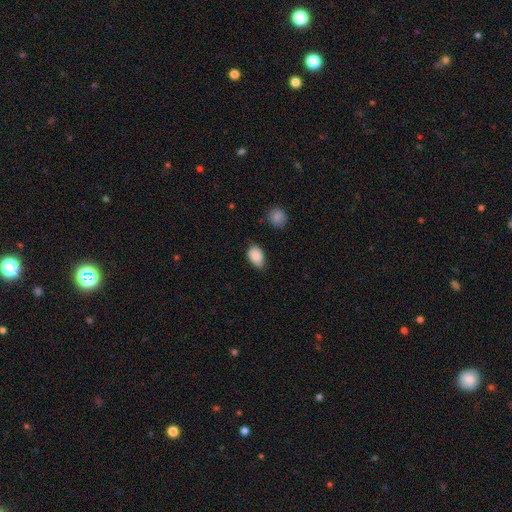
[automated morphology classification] smooth 88%, star or artifact 7%, featured or disk 5%. Down the decision tree: how rounded — in between (88%); merging — none (65%).